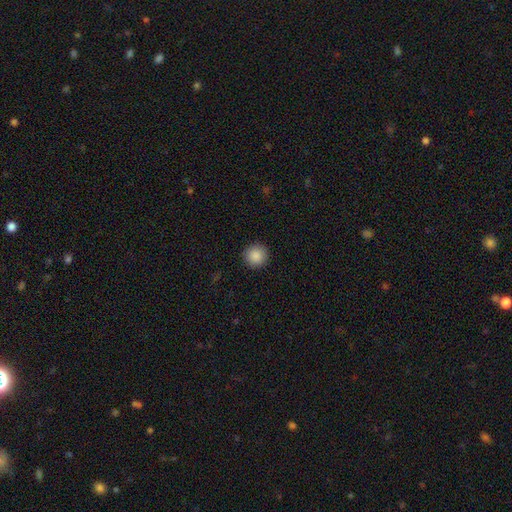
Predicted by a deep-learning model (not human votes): smooth 89%, star or artifact 9%, featured or disk 3%. Down the decision tree: how rounded — round (95%); merging — none (92%).